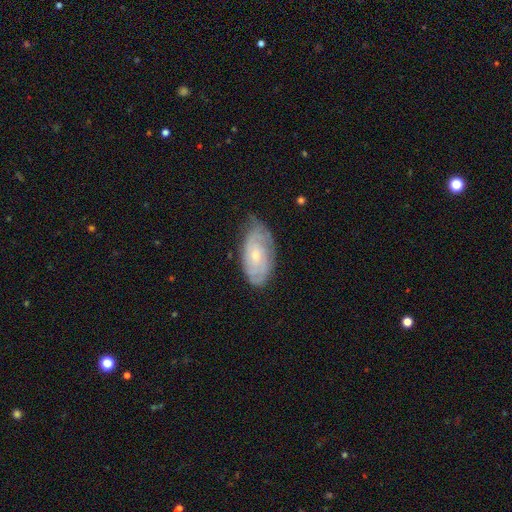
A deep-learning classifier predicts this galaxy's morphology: Smooth or featured: featured or disk — 64% (smooth — 30%)
Edge-on disk: no — 93% (yes — 7%)
Bar: no — 76% (weak — 21%)
Spiral arms: yes — 84% (no — 16%)
Bulge size: small — 63% (moderate — 33%)
Merging: none — 66% (minor disturbance — 27%)